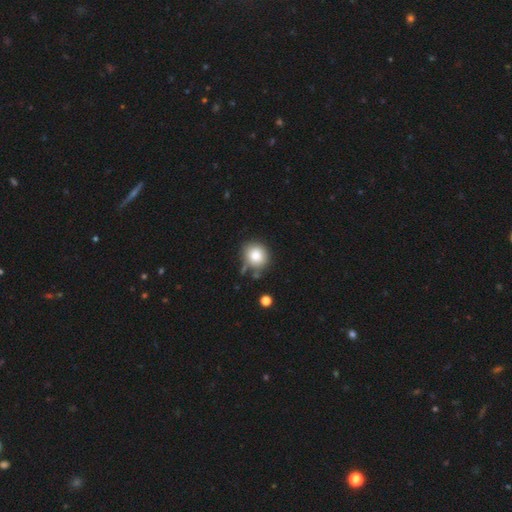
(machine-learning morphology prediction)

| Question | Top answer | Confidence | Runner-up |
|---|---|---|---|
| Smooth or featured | smooth | 83% | star or artifact (10%) |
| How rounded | round | 79% | in between (20%) |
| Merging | none | 69% | minor disturbance (18%) |